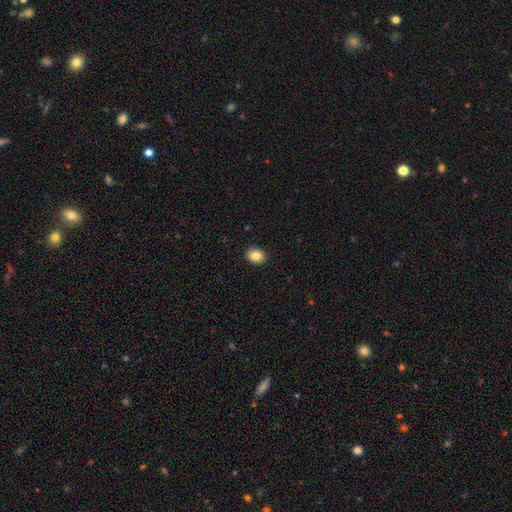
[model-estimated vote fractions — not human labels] smooth-or-featured: smooth: 85% | star or artifact: 9% | featured or disk: 6%
  how-rounded: in between: 51% | round: 48% | cigar-shaped: 1%
  merging: none: 91% | minor disturbance: 7% | major disturbance: 2% | merger: 1%